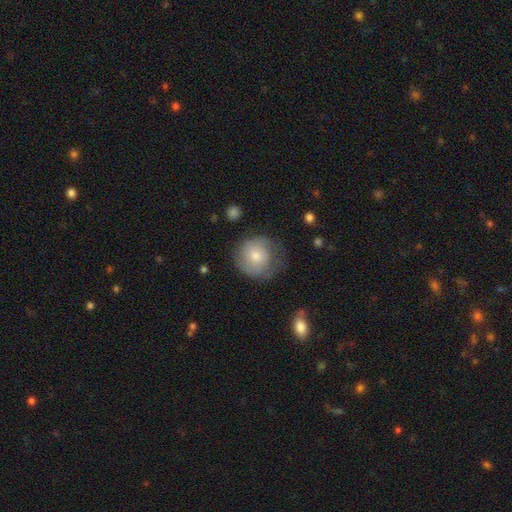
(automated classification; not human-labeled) smooth 61%, featured or disk 33%, star or artifact 7%. Down the decision tree: how rounded — round (86%); merging — none (53%).